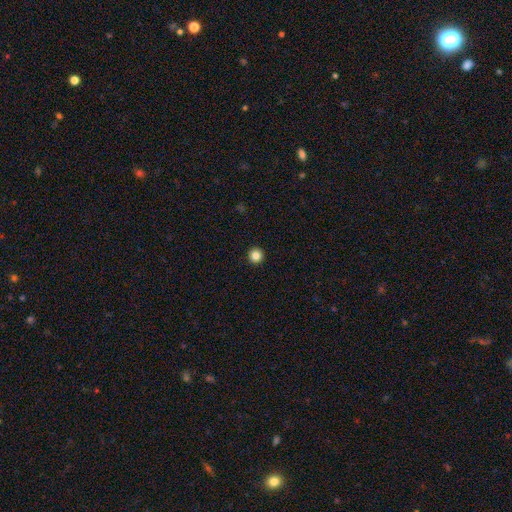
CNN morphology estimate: This is clearly a smooth galaxy (85%). How rounded: clearly round (97%). Merging: clearly none (94%).